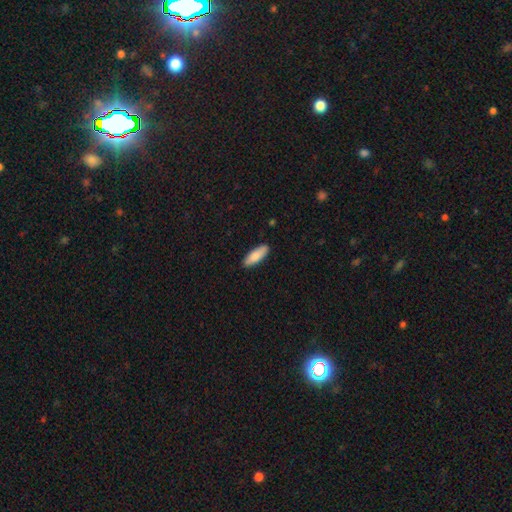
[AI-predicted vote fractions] The model was most divided on "how rounded": in between: 59%, cigar-shaped: 39%, round: 2%. More confident: merging — none (89%); smooth or featured — smooth (85%).